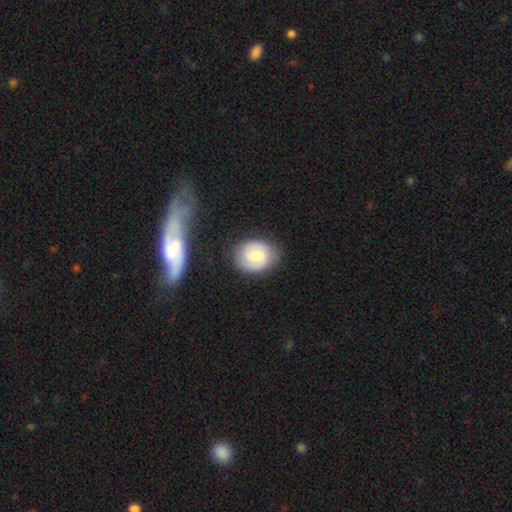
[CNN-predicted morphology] smooth_or_featured: featured or disk (p=0.59) [alt: smooth p=0.34]
disk_edge_on: no (p=0.97) [alt: yes p=0.03]
bar: weak (p=0.47) [alt: no p=0.45]
has_spiral_arms: yes (p=0.92) [alt: no p=0.08]
spiral_winding: tight (p=0.46) [alt: medium p=0.41]
spiral_arm_count: 2 (p=0.81) [alt: can't tell p=0.10]
bulge_size: moderate (p=0.43) [alt: small p=0.40]
merging: none (p=0.83) [alt: minor disturbance p=0.12]